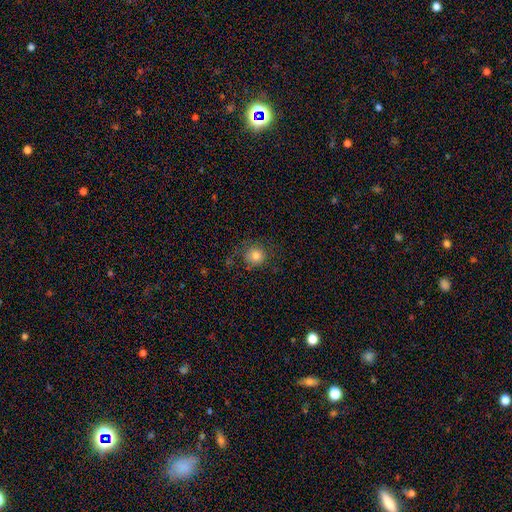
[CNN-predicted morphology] A smooth galaxy with no disk features (79%) that is round (91%).

Vote fractions:
- Smooth or featured? smooth: 79% / star or artifact: 12% / featured or disk: 9%
- How rounded? round: 91% / in between: 8% / cigar-shaped: 1%
- Merging? none: 74% / minor disturbance: 16% / major disturbance: 8% / merger: 2%